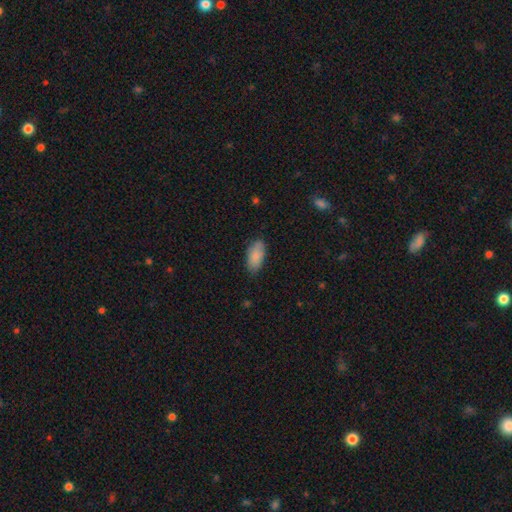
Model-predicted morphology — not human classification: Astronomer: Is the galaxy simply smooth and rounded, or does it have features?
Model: smooth — 85%.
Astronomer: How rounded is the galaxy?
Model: in between — 92%.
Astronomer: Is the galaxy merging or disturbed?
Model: none — 80%.